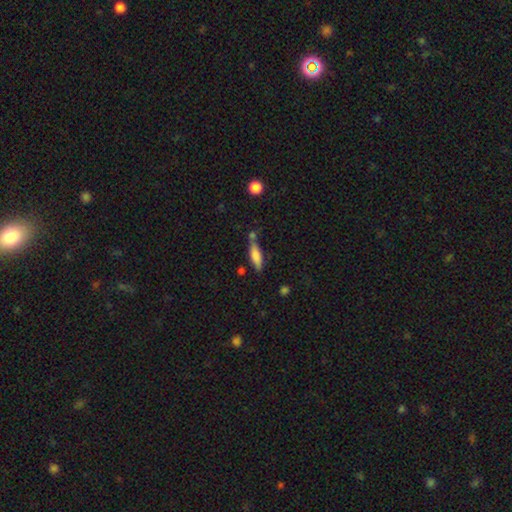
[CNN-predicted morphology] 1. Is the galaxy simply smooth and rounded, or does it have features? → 75% smooth, 18% featured or disk, 7% star or artifact.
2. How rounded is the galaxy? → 57% cigar-shaped, 40% in between, 2% round.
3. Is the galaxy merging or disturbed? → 59% none, 21% minor disturbance, 15% merger, 6% major disturbance.